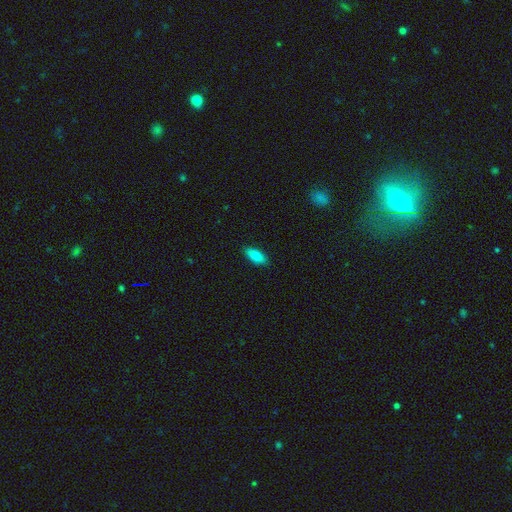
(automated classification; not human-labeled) Overall: smooth (81%). How rounded: in between (73%). Merging: none (89%).